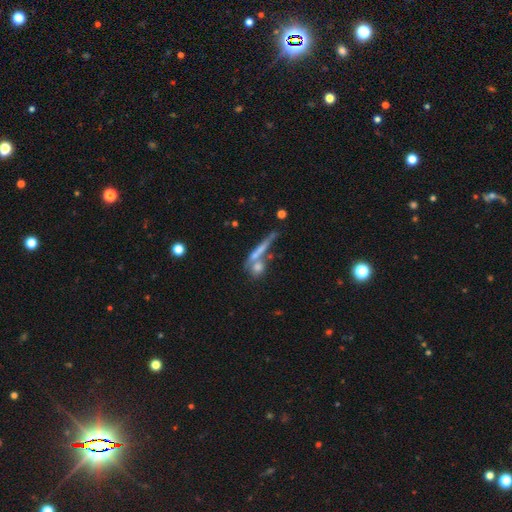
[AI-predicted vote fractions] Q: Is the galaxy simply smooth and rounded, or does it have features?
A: featured or disk — 42%.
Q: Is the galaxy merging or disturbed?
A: none — 43%.